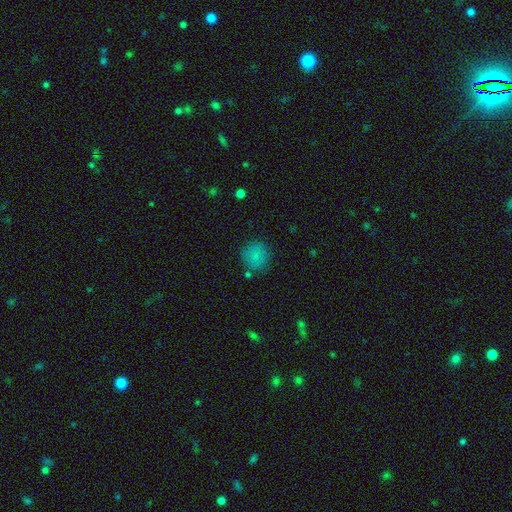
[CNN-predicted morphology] Q: Smooth or featured?
A: smooth (81%); runner-up: star or artifact (11%)
Q: How rounded?
A: round (90%); runner-up: in between (9%)
Q: Merging?
A: none (79%); runner-up: minor disturbance (12%)